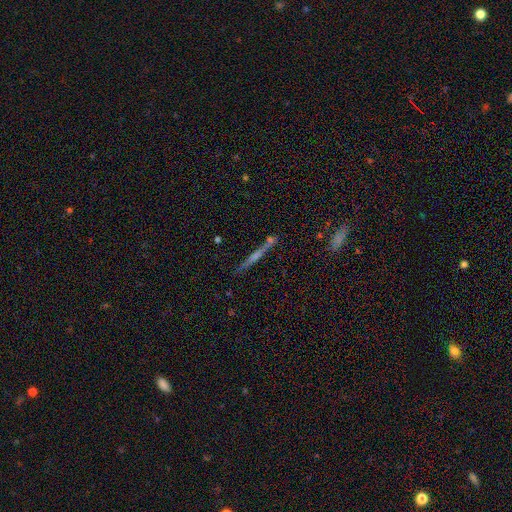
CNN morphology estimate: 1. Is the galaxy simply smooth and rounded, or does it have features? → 63% featured or disk, 27% smooth, 10% star or artifact.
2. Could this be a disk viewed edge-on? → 97% yes, 3% no.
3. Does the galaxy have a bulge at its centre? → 47% rounded, 42% none, 10% boxy.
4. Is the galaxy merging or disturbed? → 82% none, 9% minor disturbance, 7% merger, 2% major disturbance.